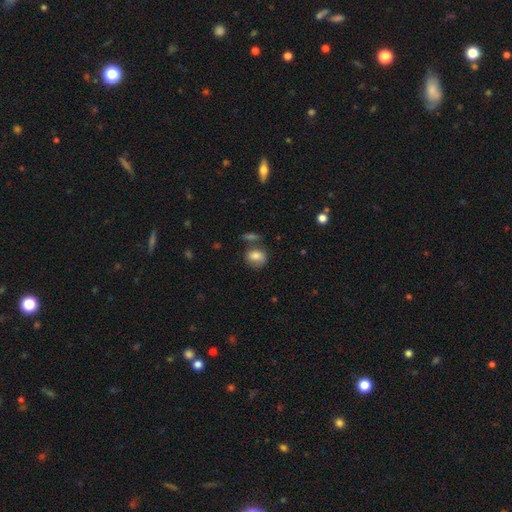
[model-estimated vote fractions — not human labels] smooth 77%, featured or disk 14%, star or artifact 9%. Down the decision tree: how rounded — round (57%); merging — none (55%).